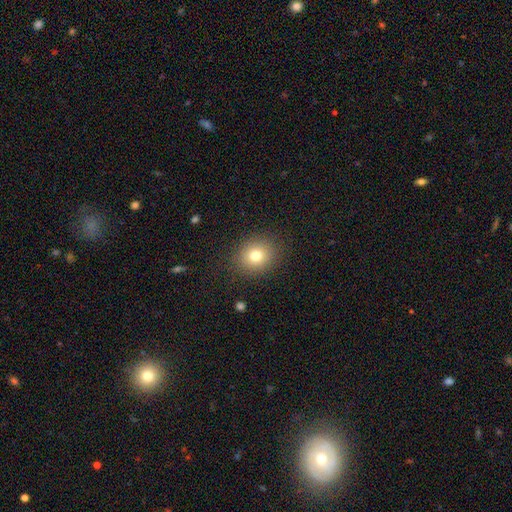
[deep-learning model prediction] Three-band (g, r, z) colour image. It shows a smooth galaxy with no disk features (77%) that is round (73%). Merging: none (87%).